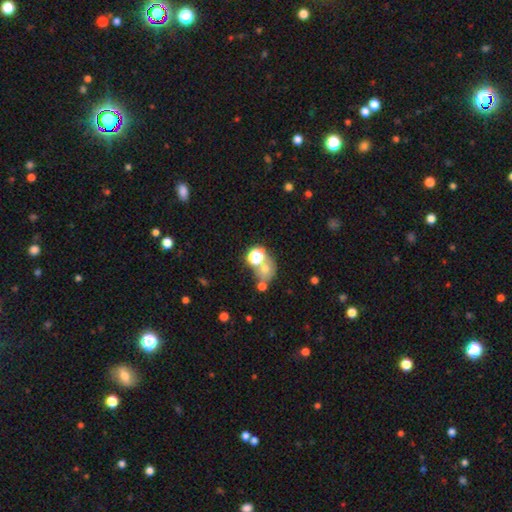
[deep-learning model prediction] smooth 44% (tied), star or artifact 44% (tied), featured or disk 13%. Down the decision tree: merging — none (56%).